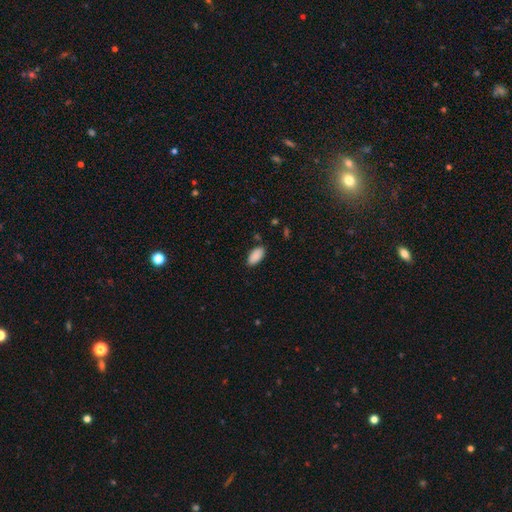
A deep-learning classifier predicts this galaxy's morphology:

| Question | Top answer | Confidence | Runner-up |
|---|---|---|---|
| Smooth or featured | smooth | 90% | star or artifact (7%) |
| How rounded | in between | 92% | cigar-shaped (6%) |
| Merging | none | 84% | minor disturbance (12%) |